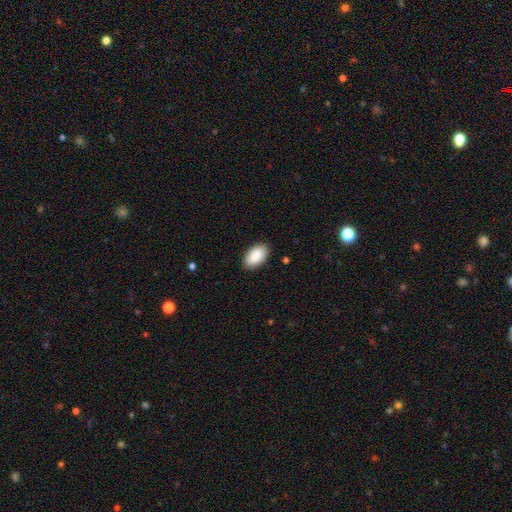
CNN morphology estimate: type=smooth (89%); roundness=in between (95%); merging=none (88%).